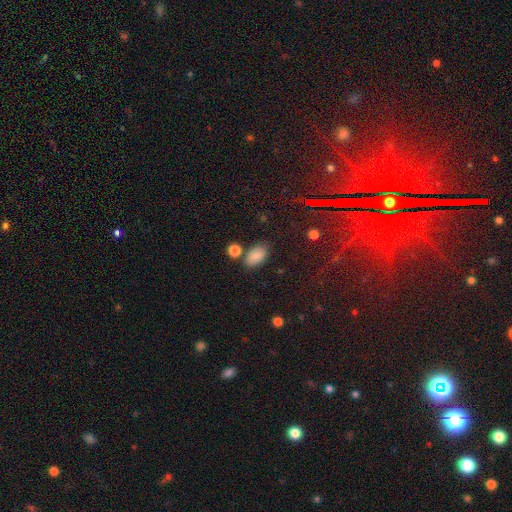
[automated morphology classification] A smooth galaxy with no disk features (82%) that is in between round and cigar-shaped (91%). Merging: none (75%).